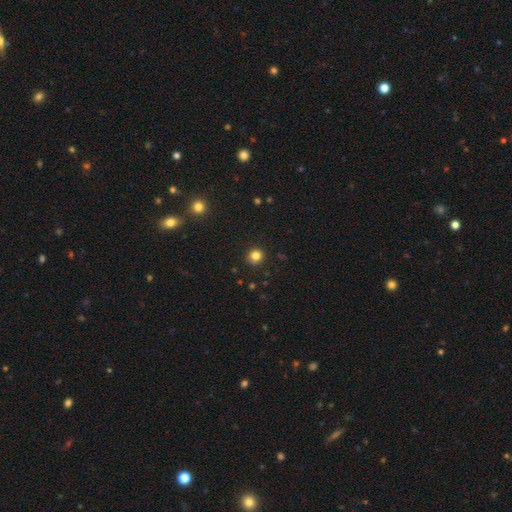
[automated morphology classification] smooth_or_featured: smooth (p=0.81) [alt: star or artifact p=0.14]
how_rounded: round (p=0.93) [alt: in between p=0.07]
merging: none (p=0.90) [alt: minor disturbance p=0.07]